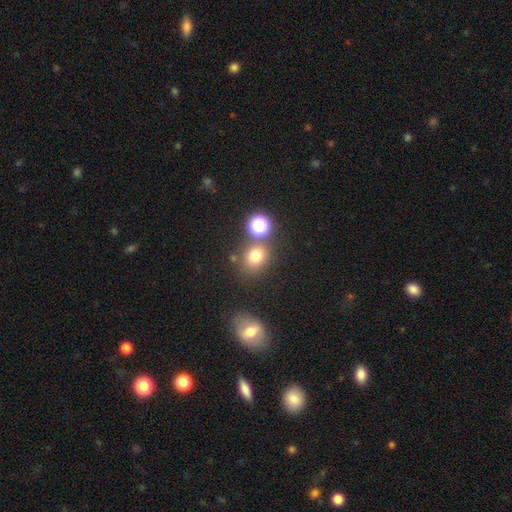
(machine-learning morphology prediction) type=smooth (73%); roundness=round (66%); merging=none (68%).